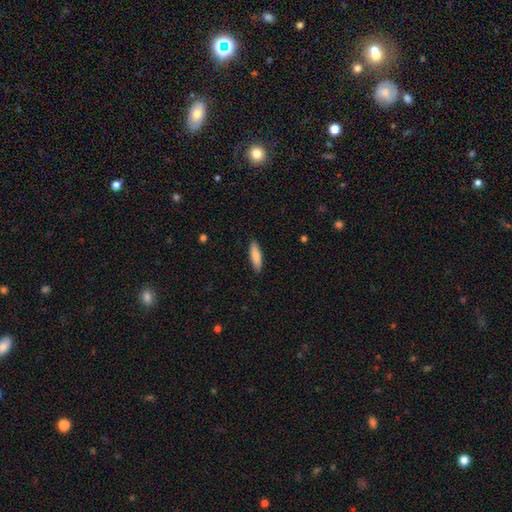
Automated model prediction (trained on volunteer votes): This is clearly a smooth galaxy (81%). How rounded: likely cigar-shaped (69%). Merging: clearly none (90%).